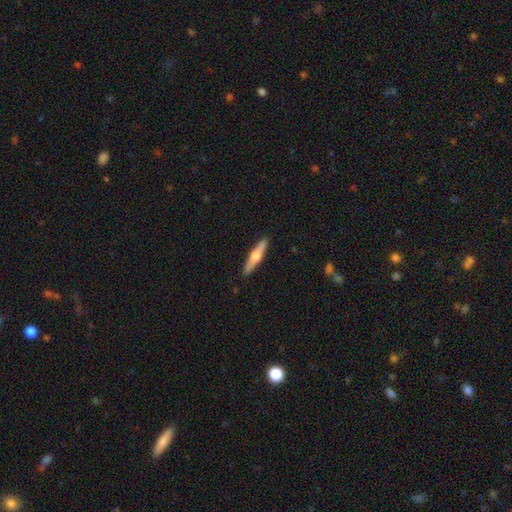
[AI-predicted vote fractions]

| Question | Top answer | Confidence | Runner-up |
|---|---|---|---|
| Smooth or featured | featured or disk | 54% | smooth (41%) |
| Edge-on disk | yes | 96% | no (4%) |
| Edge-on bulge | rounded | 91% | boxy (5%) |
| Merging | none | 91% | minor disturbance (7%) |